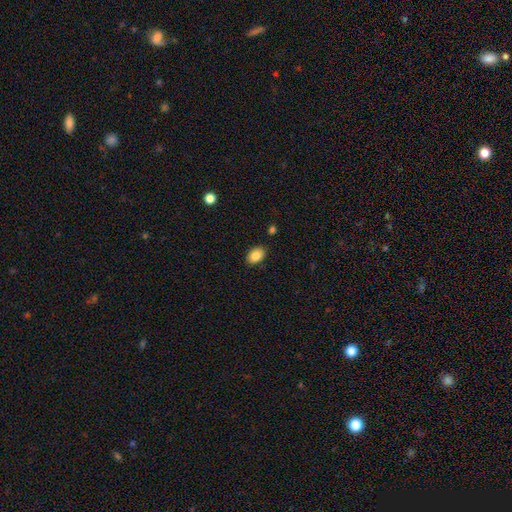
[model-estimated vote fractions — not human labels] smooth 85%, star or artifact 8%, featured or disk 7%. Down the decision tree: how rounded — in between (84%); merging — none (87%).